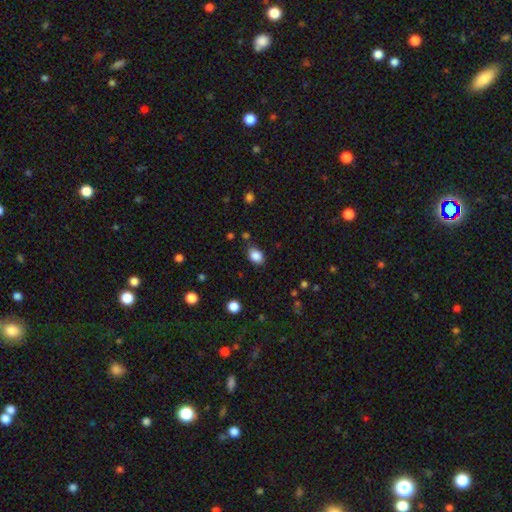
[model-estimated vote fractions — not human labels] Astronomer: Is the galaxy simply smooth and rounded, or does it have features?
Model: smooth — 86%.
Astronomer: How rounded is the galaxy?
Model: in between — 78%.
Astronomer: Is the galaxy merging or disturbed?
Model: none — 78%.